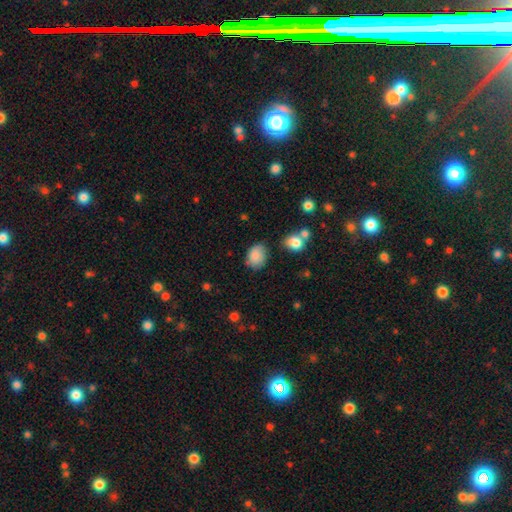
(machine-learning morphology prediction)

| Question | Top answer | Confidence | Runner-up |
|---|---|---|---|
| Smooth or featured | smooth | 85% | star or artifact (8%) |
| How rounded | in between | 58% | round (41%) |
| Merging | none | 65% | minor disturbance (25%) |